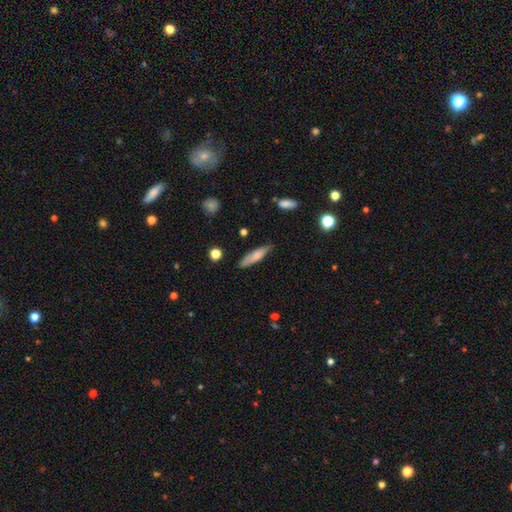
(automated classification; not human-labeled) smooth-or-featured: smooth: 73% | featured or disk: 20% | star or artifact: 7%
  how-rounded: cigar-shaped: 76% | in between: 23% | round: 2%
  merging: none: 79% | minor disturbance: 16% | major disturbance: 3% | merger: 2%